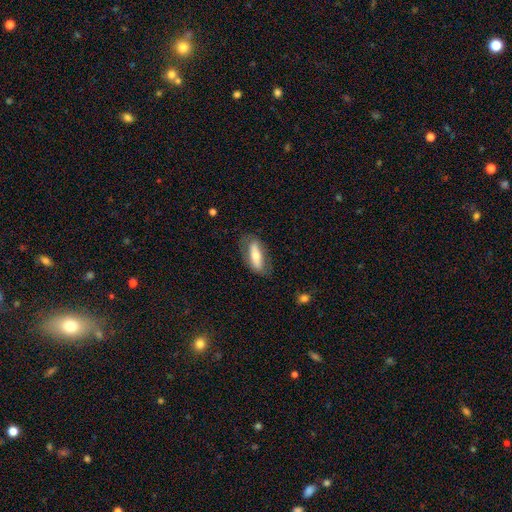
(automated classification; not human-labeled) Morphology: type=smooth (58%); roundness=in between (56%); merging=none (72%).